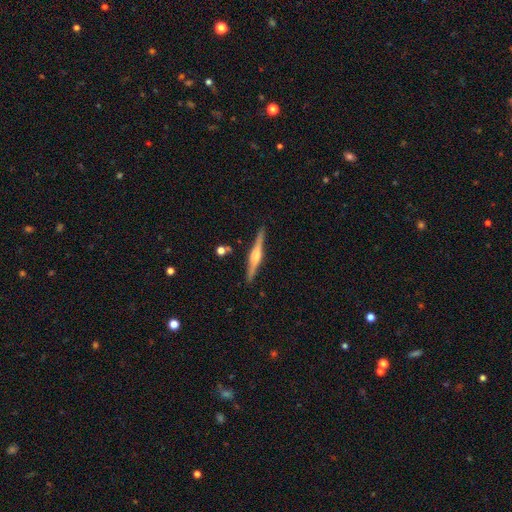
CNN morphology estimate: A featured or disk galaxy (76%) viewed edge-on (98%) with a rounded central bulge (75%).

Vote fractions:
- Smooth or featured? featured or disk: 76% / smooth: 19% / star or artifact: 5%
- Edge-on disk? yes: 98% / no: 2%
- Edge-on bulge? rounded: 75% / boxy: 19% / none: 5%
- Merging? none: 89% / minor disturbance: 7% / merger: 2% / major disturbance: 2%